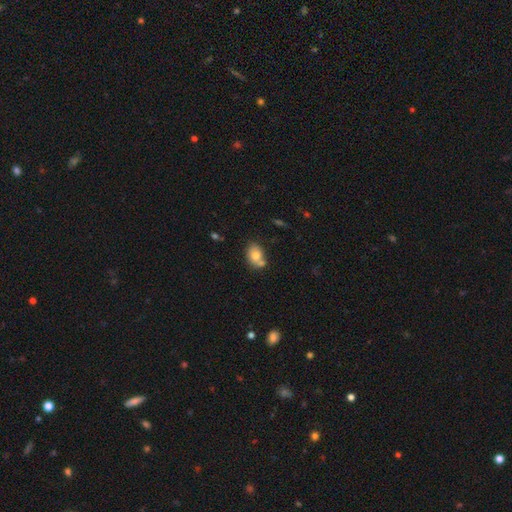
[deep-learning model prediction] A smooth galaxy with no disk features (76%) that is in between round and cigar-shaped (70%). Merging: none (52%).